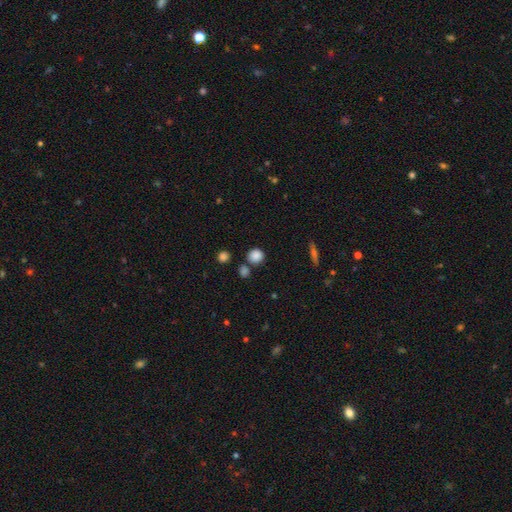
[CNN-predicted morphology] A smooth galaxy with no disk features (86%) that is round (85%).

Vote fractions:
- Smooth or featured? smooth: 86% / star or artifact: 10% / featured or disk: 4%
- How rounded? round: 85% / in between: 14% / cigar-shaped: 1%
- Merging? none: 74% / merger: 13% / minor disturbance: 10% / major disturbance: 3%